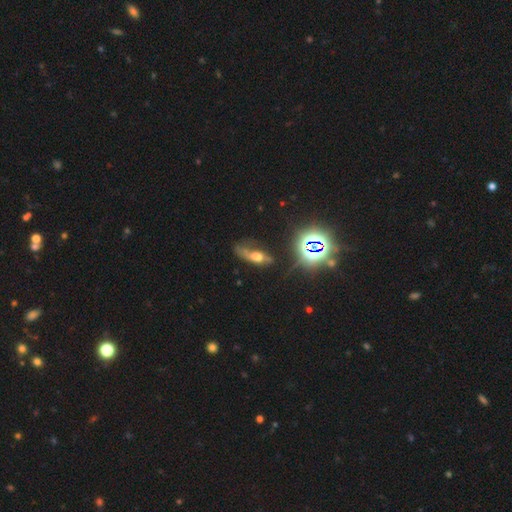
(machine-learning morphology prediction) The model was most divided on "merging" (2-way tie): major disturbance: 34%, none: 34%, minor disturbance: 24%, merger: 9%. Remaining: smooth or featured — featured or disk (42%).